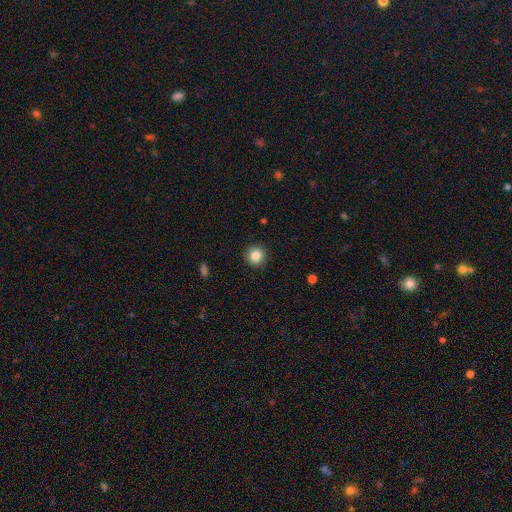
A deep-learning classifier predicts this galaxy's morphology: Smooth or featured: smooth — 84% (star or artifact — 10%)
How rounded: round — 93% (in between — 6%)
Merging: none — 92% (minor disturbance — 5%)